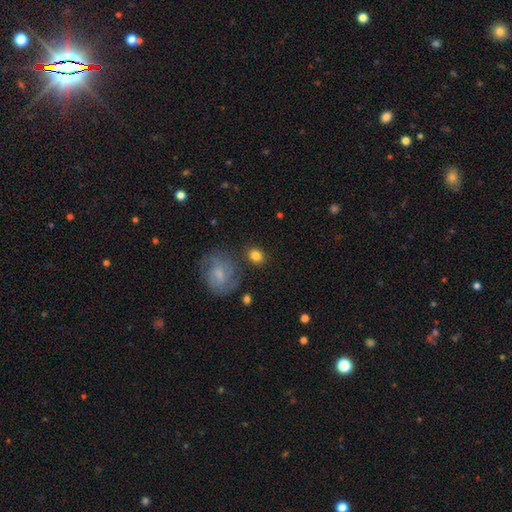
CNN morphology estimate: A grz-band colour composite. It shows a smooth galaxy with no disk features (82%) that is round (57%). Merging: none (79%).